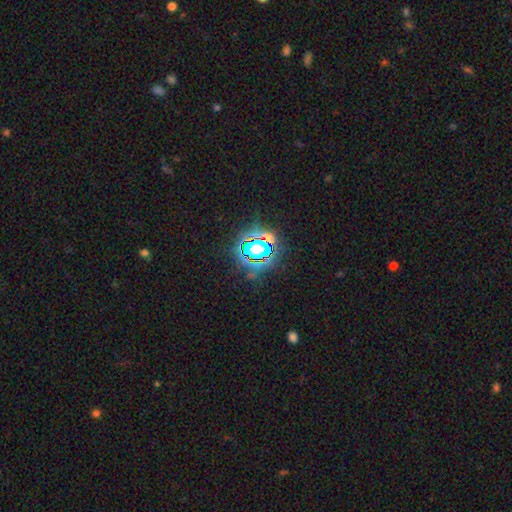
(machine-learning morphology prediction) This appears to be a star or artifact, not a galaxy (80%).